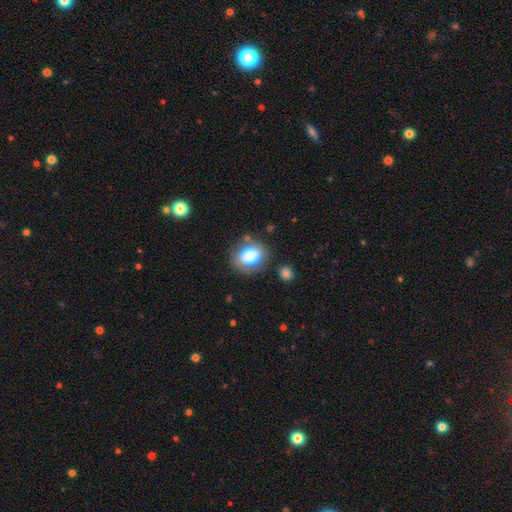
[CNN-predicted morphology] Smooth or featured: smooth — 75% (featured or disk — 15%)
How rounded: round — 56% (in between — 43%)
Merging: none — 79% (minor disturbance — 12%)